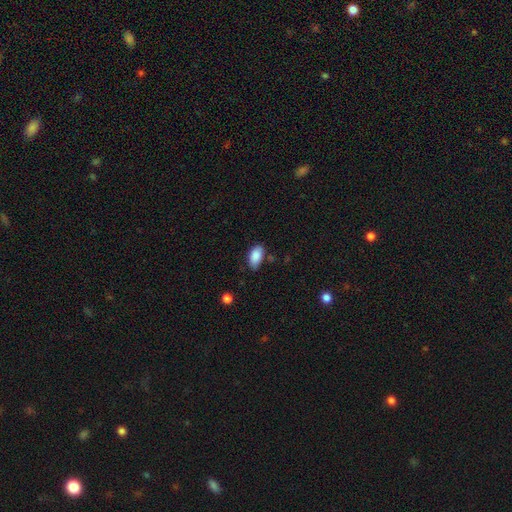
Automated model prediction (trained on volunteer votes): Smooth or featured?
  - smooth: 88% *
  - star or artifact: 7%
  - featured or disk: 5%
How rounded?
  - in between: 93% *
  - round: 4%
  - cigar-shaped: 3%
Merging?
  - none: 74% *
  - minor disturbance: 20%
  - major disturbance: 4%
  - merger: 2%